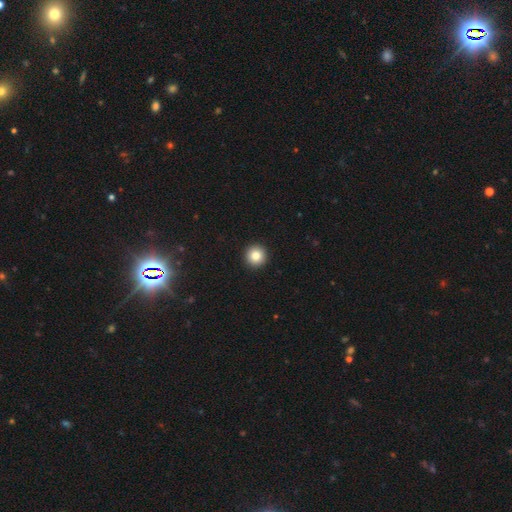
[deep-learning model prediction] Smooth or featured? Predicted: smooth (p=0.84). How rounded? Predicted: round (p=0.96). Merging? Predicted: none (p=0.94).